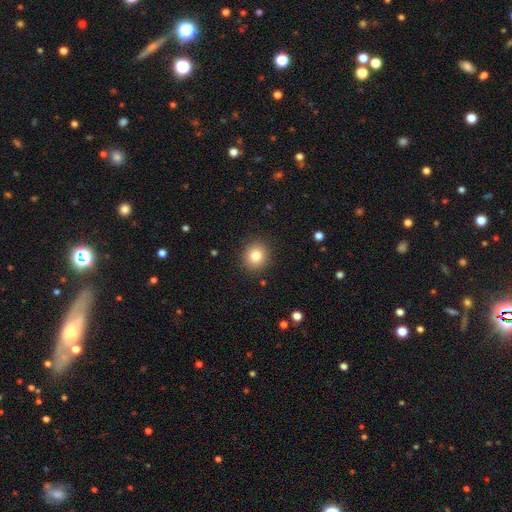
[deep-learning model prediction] Smooth or featured?
  - smooth: 82% *
  - star or artifact: 11%
  - featured or disk: 8%
How rounded?
  - round: 84% *
  - in between: 15%
  - cigar-shaped: 1%
Merging?
  - none: 90% *
  - minor disturbance: 7%
  - major disturbance: 2%
  - merger: 1%